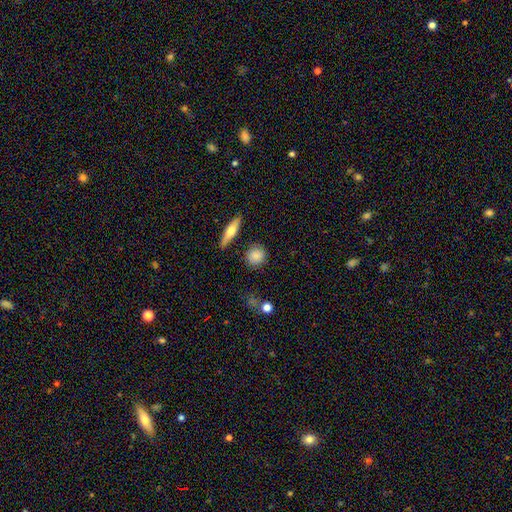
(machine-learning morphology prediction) This appears to be a smooth galaxy with no disk features (82%) that is round (83%). Merging: none (82%).